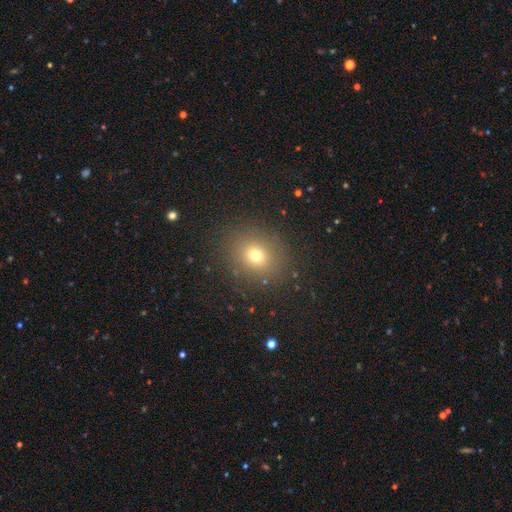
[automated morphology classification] Smooth or featured: smooth — 70% (star or artifact — 20%)
How rounded: round — 73% (in between — 26%)
Merging: none — 86% (minor disturbance — 8%)